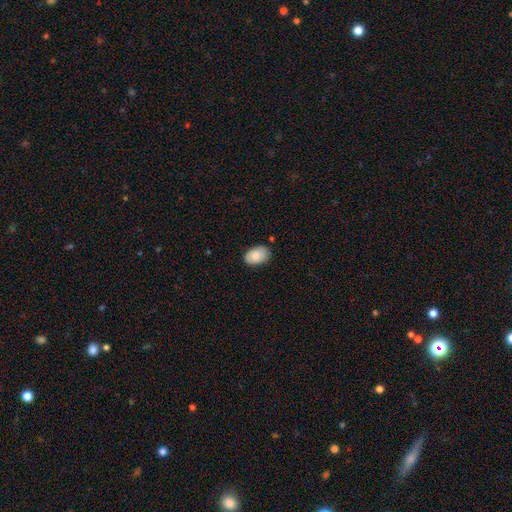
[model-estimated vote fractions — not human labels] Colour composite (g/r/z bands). It shows a smooth galaxy with no disk features (86%) that is in between round and cigar-shaped (90%). Merging: none (80%).